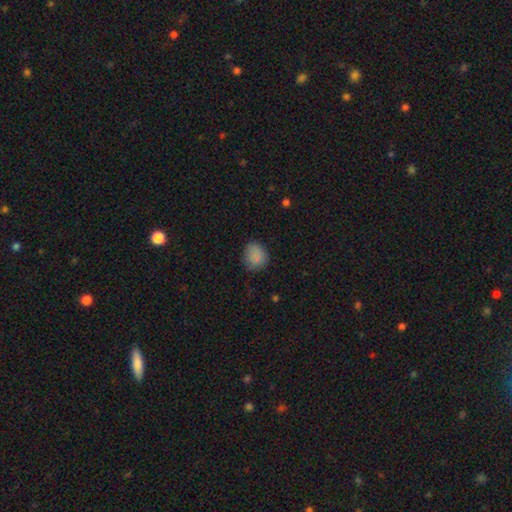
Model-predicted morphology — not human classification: This is clearly a smooth galaxy (84%). How rounded: likely round (74%). Merging: likely none (77%).